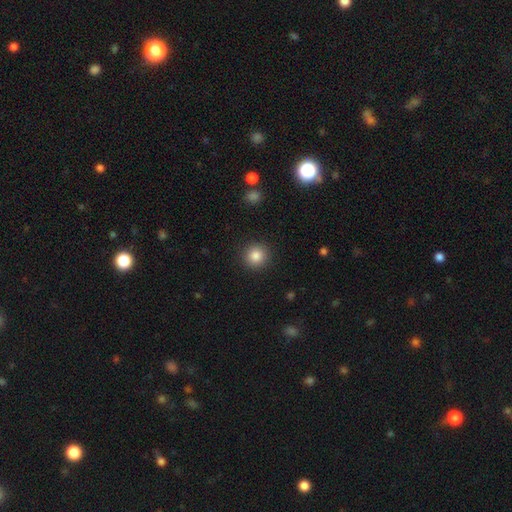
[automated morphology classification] Smooth or featured: smooth — 85% (star or artifact — 10%)
How rounded: round — 94% (in between — 5%)
Merging: none — 91% (minor disturbance — 6%)